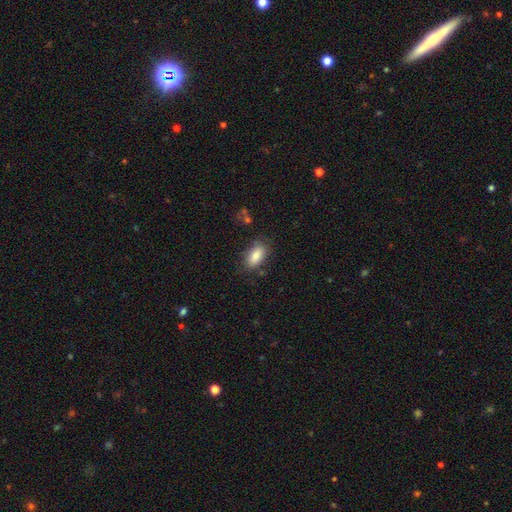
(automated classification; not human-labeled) smooth-or-featured: smooth: 84% | featured or disk: 8% | star or artifact: 7%
  how-rounded: in between: 91% | cigar-shaped: 5% | round: 4%
  merging: none: 78% | minor disturbance: 14% | major disturbance: 4% | merger: 3%